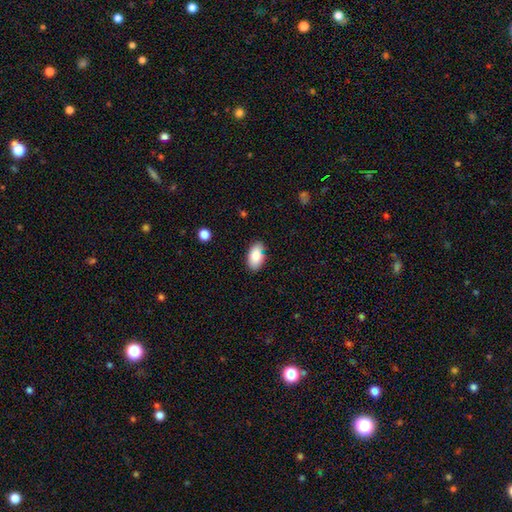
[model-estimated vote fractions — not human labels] Overall: smooth (86%). How rounded: in between (94%). Merging: none (82%).